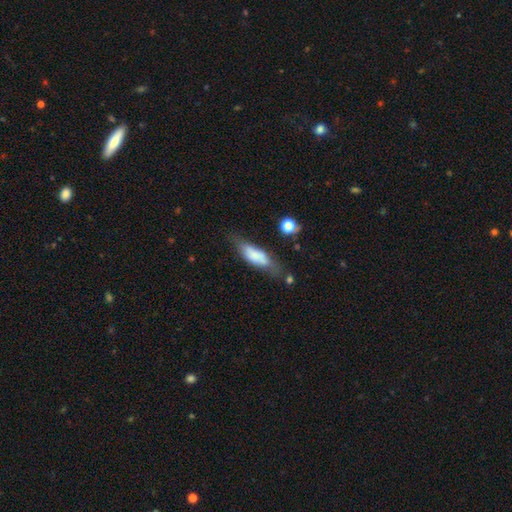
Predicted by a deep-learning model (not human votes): A smooth galaxy with no disk features (68%) that is in between round and cigar-shaped (54%).

Vote fractions:
- Smooth or featured? smooth: 68% / featured or disk: 25% / star or artifact: 8%
- How rounded? in between: 54% / cigar-shaped: 44% / round: 2%
- Merging? none: 54% / minor disturbance: 28% / major disturbance: 12% / merger: 6%